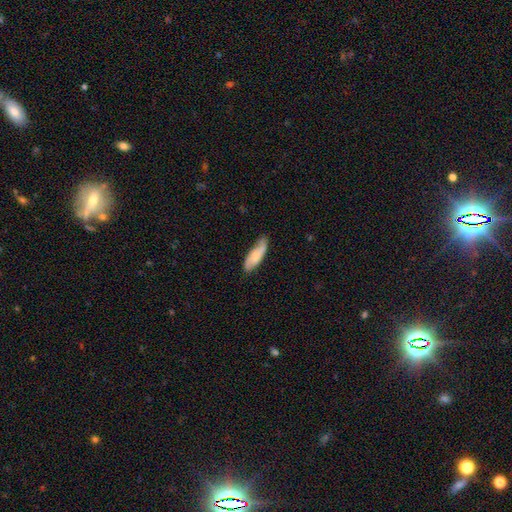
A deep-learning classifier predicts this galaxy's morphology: Overall: smooth (61%; featured or disk 33%). How rounded: in between (59%; cigar-shaped 40%). Merging: none (65%; minor disturbance 27%).